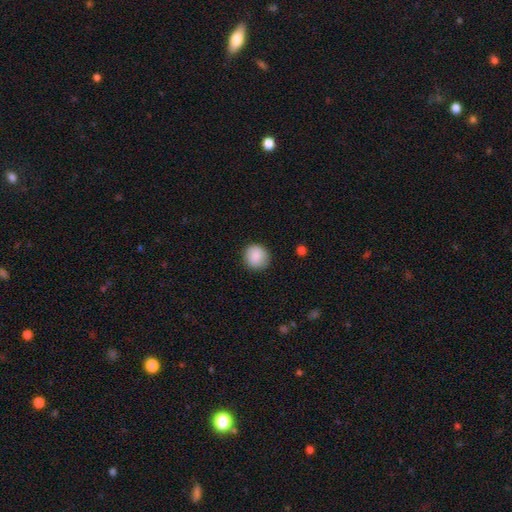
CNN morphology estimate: Smooth or featured? Predicted: smooth (p=0.87). How rounded? Predicted: round (p=0.88). Merging? Predicted: none (p=0.88).